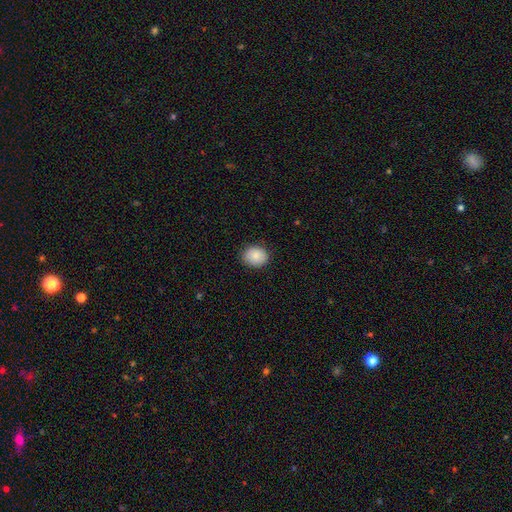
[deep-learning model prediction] A smooth galaxy with no disk features (86%) that is round (58%).

Vote fractions:
- Smooth or featured? smooth: 86% / star or artifact: 8% / featured or disk: 7%
- How rounded? round: 58% / in between: 41% / cigar-shaped: 1%
- Merging? none: 86% / minor disturbance: 11% / major disturbance: 2% / merger: 1%